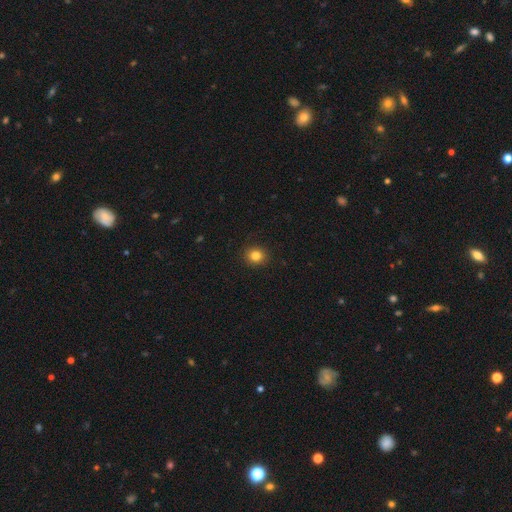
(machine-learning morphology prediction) Smooth or featured: smooth — 83% (star or artifact — 12%)
How rounded: round — 83% (in between — 16%)
Merging: none — 92% (minor disturbance — 6%)